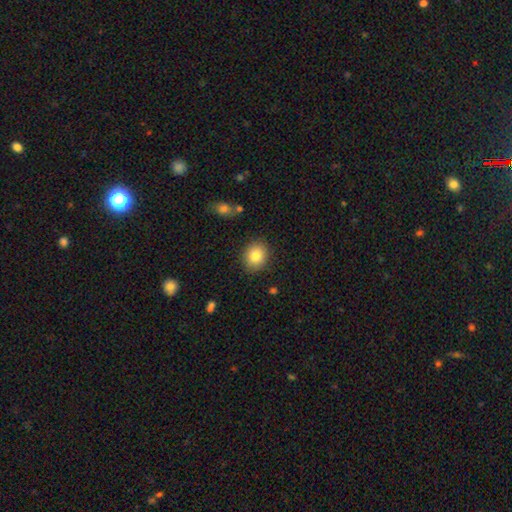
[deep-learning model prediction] smooth-or-featured: smooth: 83% | star or artifact: 9% | featured or disk: 8%
  how-rounded: round: 69% | in between: 30% | cigar-shaped: 1%
  merging: none: 88% | minor disturbance: 8% | major disturbance: 2% | merger: 1%